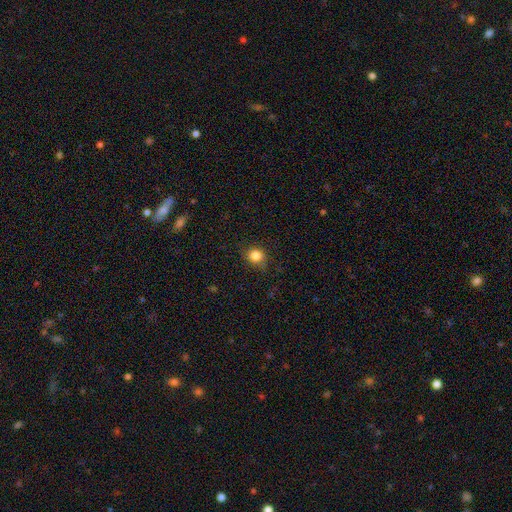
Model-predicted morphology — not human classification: smooth-or-featured: smooth: 84% | star or artifact: 10% | featured or disk: 6%
  how-rounded: round: 79% | in between: 20% | cigar-shaped: 1%
  merging: none: 79% | minor disturbance: 16% | major disturbance: 4% | merger: 1%